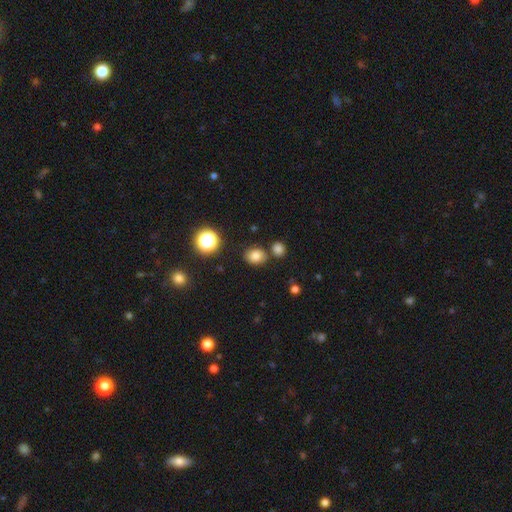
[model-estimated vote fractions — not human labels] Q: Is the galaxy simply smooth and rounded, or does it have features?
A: smooth — 79%.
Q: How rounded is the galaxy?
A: round — 51%.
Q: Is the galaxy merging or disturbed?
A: none — 76%.